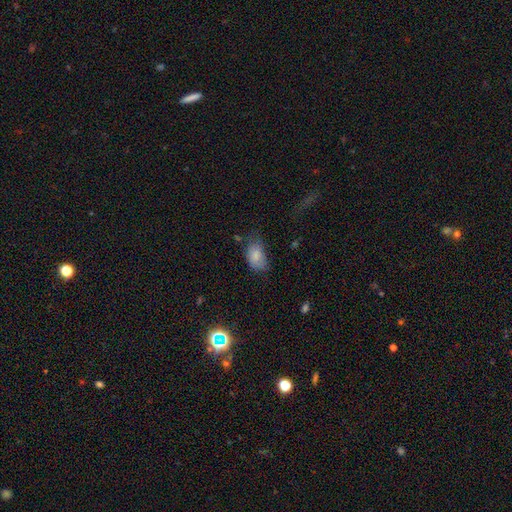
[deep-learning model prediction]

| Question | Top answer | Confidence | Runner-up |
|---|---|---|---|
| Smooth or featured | smooth | 80% | featured or disk (11%) |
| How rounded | in between | 89% | round (10%) |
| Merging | none | 43% | minor disturbance (37%) |